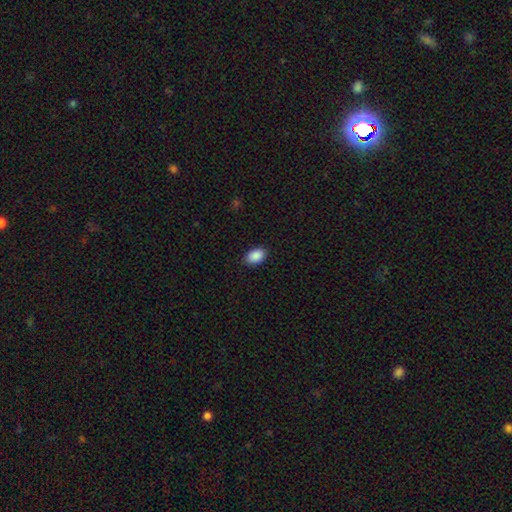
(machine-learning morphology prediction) This is clearly a smooth galaxy (90%). How rounded: clearly in between (85%). Merging: clearly none (88%).